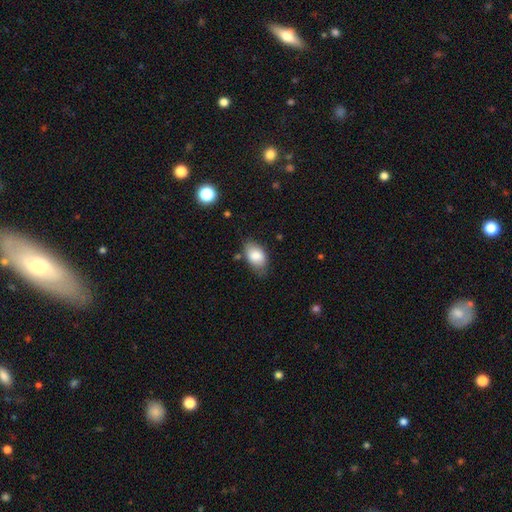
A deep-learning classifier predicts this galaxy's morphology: The model was most divided on "merging": none: 70%, minor disturbance: 23%, major disturbance: 5%, merger: 2%. More confident: how rounded — in between (91%); smooth or featured — smooth (84%).